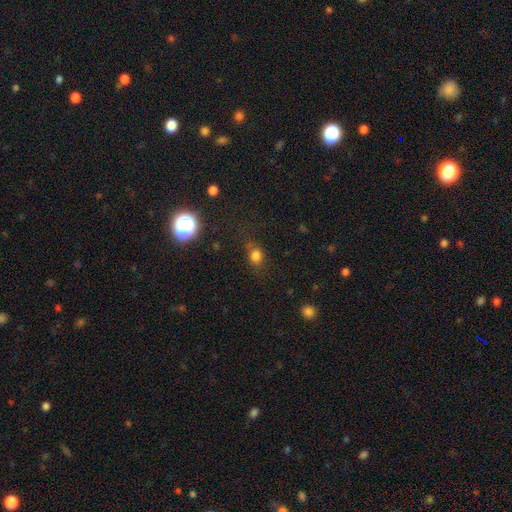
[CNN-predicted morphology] smooth_or_featured: smooth (p=0.75) [alt: star or artifact p=0.18]
how_rounded: round (p=0.64) [alt: in between p=0.34]
merging: none (p=0.70) [alt: minor disturbance p=0.17]